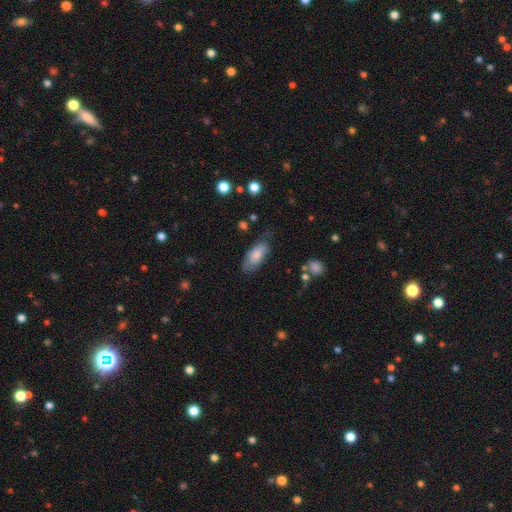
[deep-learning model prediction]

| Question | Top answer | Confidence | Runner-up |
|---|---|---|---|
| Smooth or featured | smooth | 79% | featured or disk (15%) |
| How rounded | in between | 82% | cigar-shaped (16%) |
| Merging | none | 70% | minor disturbance (22%) |